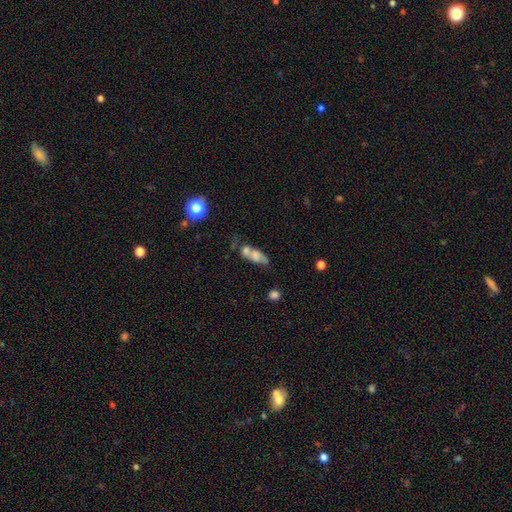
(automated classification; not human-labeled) This appears to be a smooth galaxy with no disk features (58%) that is in between round and cigar-shaped (72%). Merging: merger (49%).